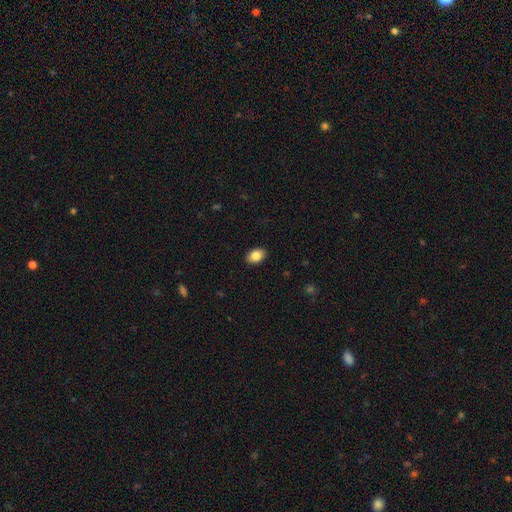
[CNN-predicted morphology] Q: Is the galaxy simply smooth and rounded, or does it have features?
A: smooth — 86%.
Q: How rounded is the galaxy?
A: in between — 85%.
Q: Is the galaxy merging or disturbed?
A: none — 90%.